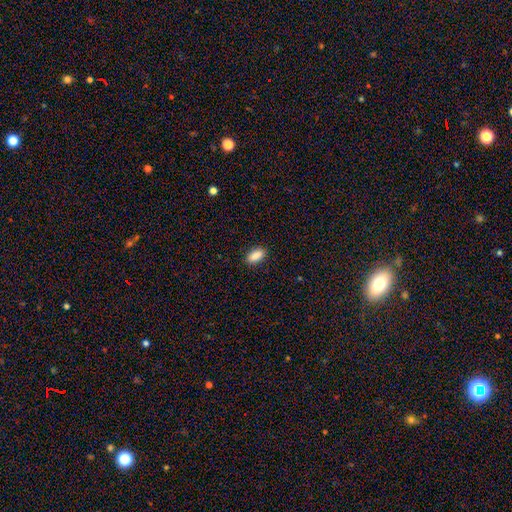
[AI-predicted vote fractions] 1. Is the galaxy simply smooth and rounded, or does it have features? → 89% smooth, 7% star or artifact, 4% featured or disk.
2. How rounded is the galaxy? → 89% in between, 8% cigar-shaped, 3% round.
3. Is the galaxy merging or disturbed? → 89% none, 8% minor disturbance, 2% major disturbance, 1% merger.